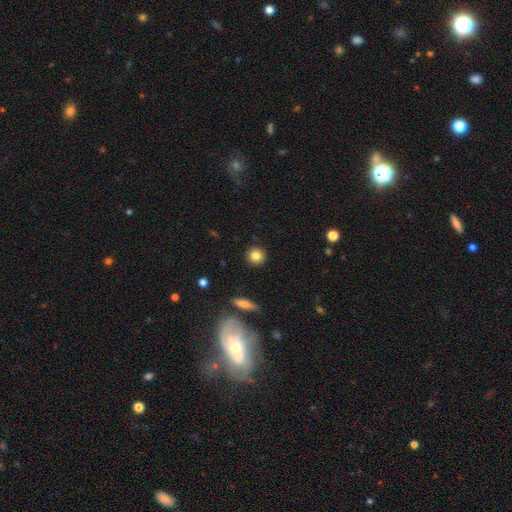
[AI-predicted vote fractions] Smooth or featured? smooth (83%)
How rounded? round (91%)
Merging? none (91%)